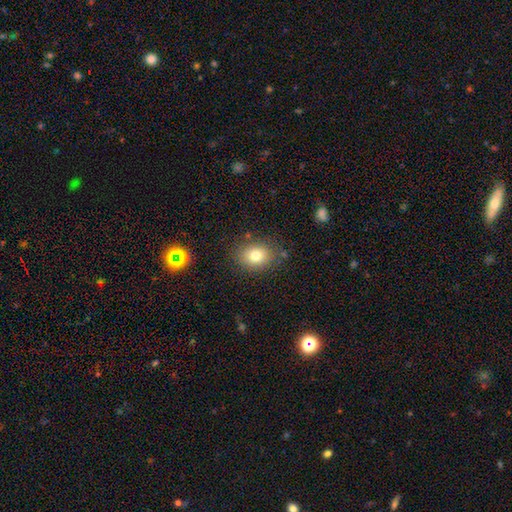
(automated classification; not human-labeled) Smooth or featured? Predicted: smooth (p=0.80). How rounded? Predicted: in between (p=0.56). Merging? Predicted: none (p=0.80).